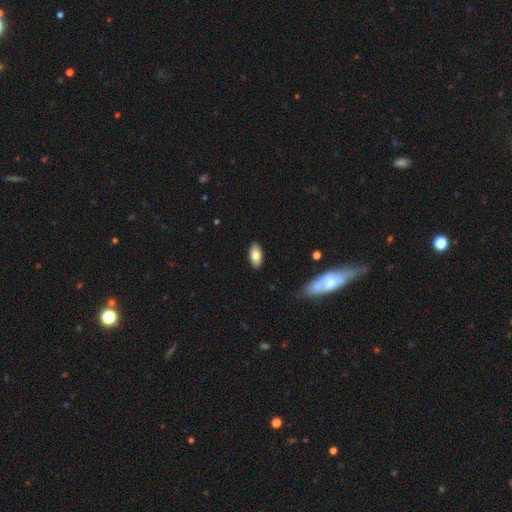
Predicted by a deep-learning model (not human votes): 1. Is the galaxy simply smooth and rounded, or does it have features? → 79% smooth, 14% featured or disk, 7% star or artifact.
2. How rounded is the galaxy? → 92% in between, 6% cigar-shaped, 3% round.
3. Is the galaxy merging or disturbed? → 88% none, 9% minor disturbance, 2% major disturbance, 1% merger.